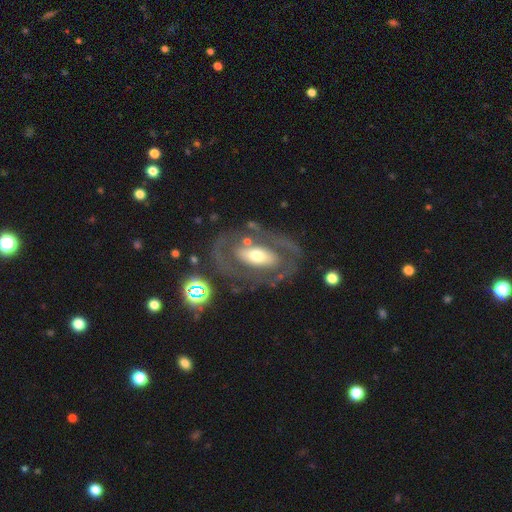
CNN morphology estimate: featured or disk 73%, smooth 21%, star or artifact 6%. Down the decision tree: edge-on disk — no (92%); bar — no (59%); spiral arms — yes (54%); bulge size — moderate (58%); merging — none (69%).